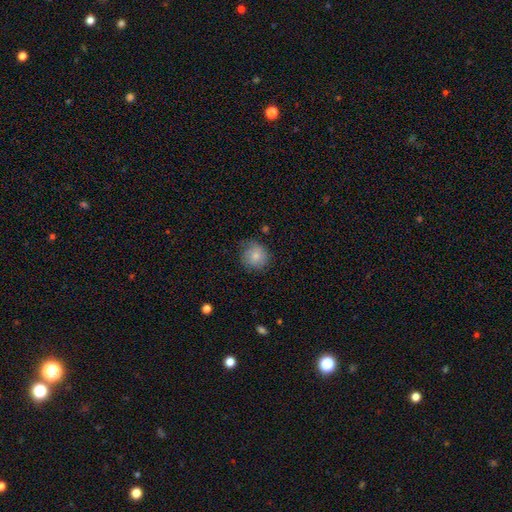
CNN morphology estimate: Smooth or featured?
  - smooth: 79% *
  - featured or disk: 13%
  - star or artifact: 8%
How rounded?
  - round: 89% *
  - in between: 10%
  - cigar-shaped: 1%
Merging?
  - none: 72% *
  - minor disturbance: 21%
  - major disturbance: 5%
  - merger: 1%